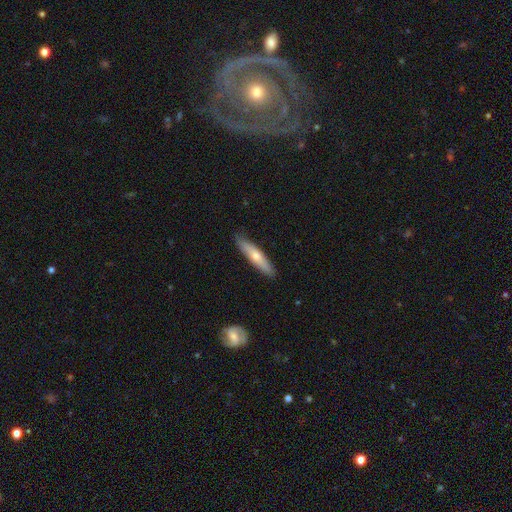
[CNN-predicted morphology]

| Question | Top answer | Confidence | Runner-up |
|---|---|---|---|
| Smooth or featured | smooth | 50% | featured or disk (43%) |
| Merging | none | 89% | minor disturbance (8%) |